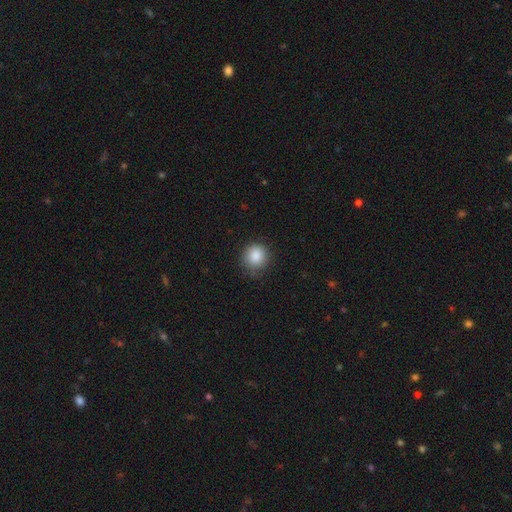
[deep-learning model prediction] smooth_or_featured: smooth (p=0.86) [alt: star or artifact p=0.09]
how_rounded: round (p=0.90) [alt: in between p=0.09]
merging: none (p=0.80) [alt: minor disturbance p=0.15]